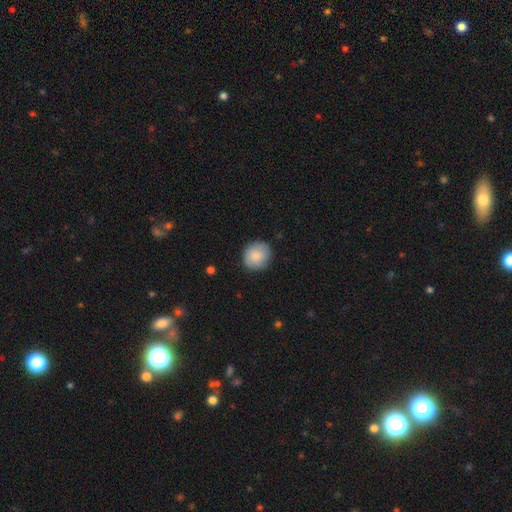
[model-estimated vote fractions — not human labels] The model was most divided on "merging": none: 85%, minor disturbance: 11%, major disturbance: 2%, merger: 1%. More confident: how rounded — round (88%); smooth or featured — smooth (85%).